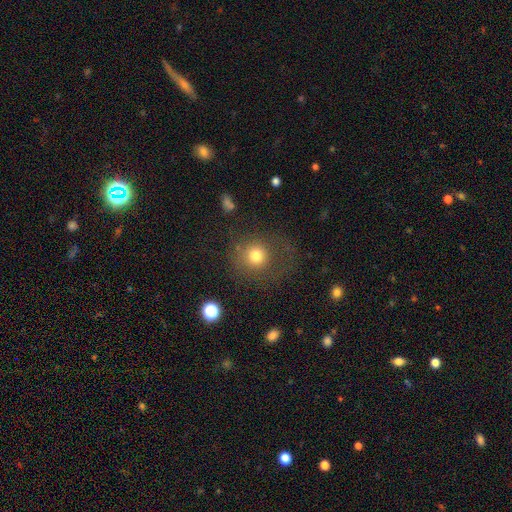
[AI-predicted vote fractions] smooth 73%, star or artifact 14%, featured or disk 13%. Down the decision tree: how rounded — round (90%); merging — none (63%).